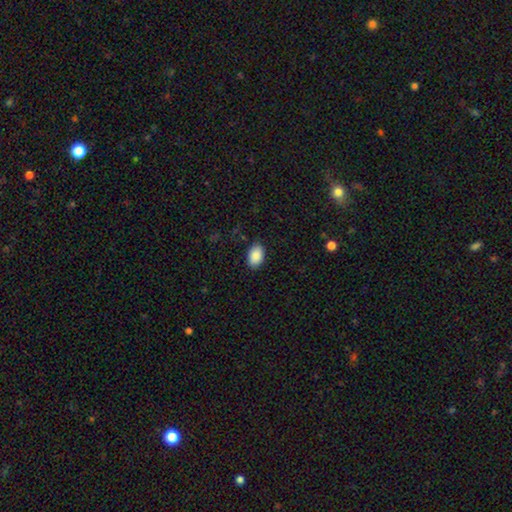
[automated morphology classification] smooth-or-featured: smooth: 89% | star or artifact: 7% | featured or disk: 4%
  how-rounded: in between: 91% | round: 8% | cigar-shaped: 1%
  merging: none: 87% | minor disturbance: 10% | major disturbance: 2% | merger: 1%